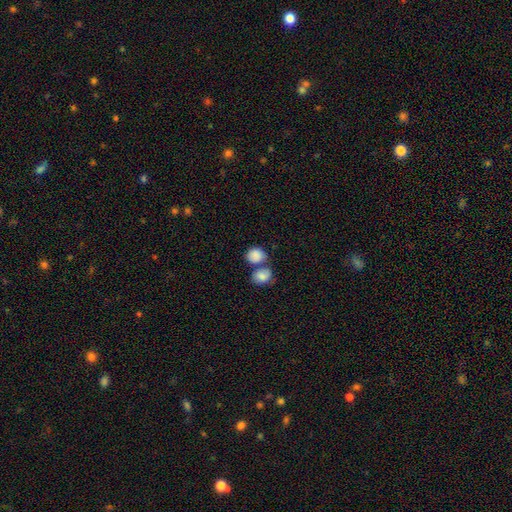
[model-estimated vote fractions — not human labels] A smooth galaxy with no disk features (85%) that is round (65%).

Vote fractions:
- Smooth or featured? smooth: 85% / featured or disk: 8% / star or artifact: 7%
- How rounded? round: 65% / in between: 34% / cigar-shaped: 1%
- Merging? merger: 46% / none: 38% / minor disturbance: 11% / major disturbance: 5%